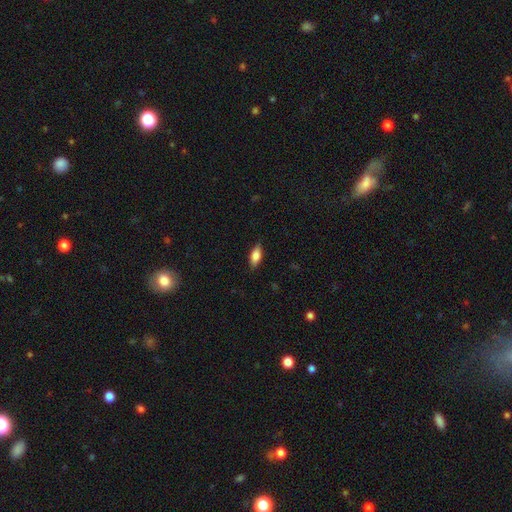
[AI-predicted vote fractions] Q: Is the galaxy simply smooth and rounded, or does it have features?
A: smooth — 81%.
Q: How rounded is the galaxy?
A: in between — 83%.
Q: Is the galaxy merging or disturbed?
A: none — 85%.